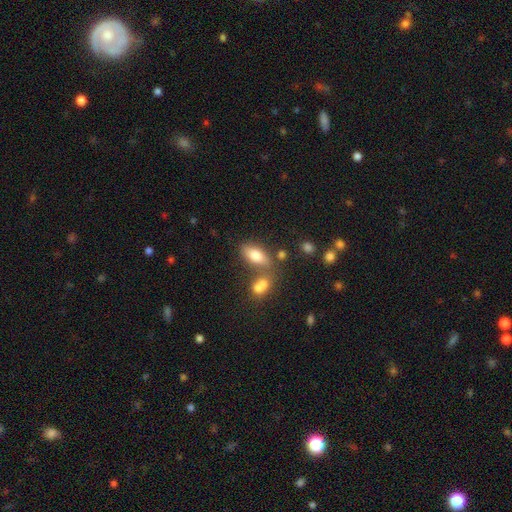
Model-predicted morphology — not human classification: A smooth galaxy with no disk features (77%) that is in between round and cigar-shaped (84%). Merging: none (55%).